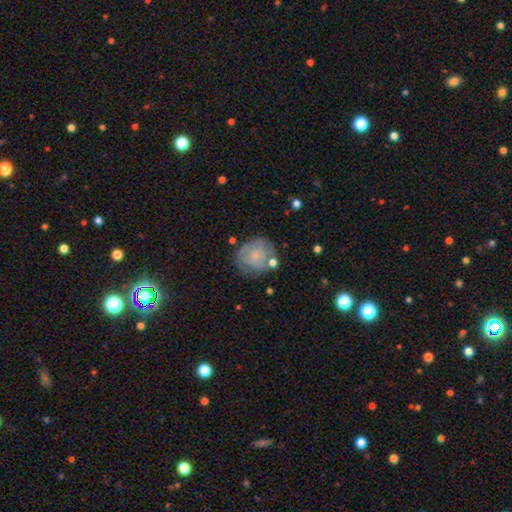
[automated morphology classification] smooth-or-featured: smooth: 48% | featured or disk: 44% | star or artifact: 8%
  merging: none: 57% | minor disturbance: 24% | major disturbance: 12% | merger: 7%